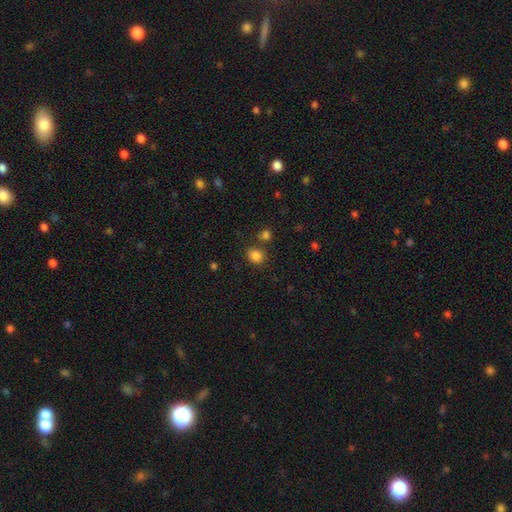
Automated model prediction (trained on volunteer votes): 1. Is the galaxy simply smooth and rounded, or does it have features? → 83% smooth, 12% star or artifact, 5% featured or disk.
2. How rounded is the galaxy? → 59% round, 40% in between, 1% cigar-shaped.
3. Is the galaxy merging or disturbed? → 73% none, 12% merger, 11% minor disturbance, 4% major disturbance.